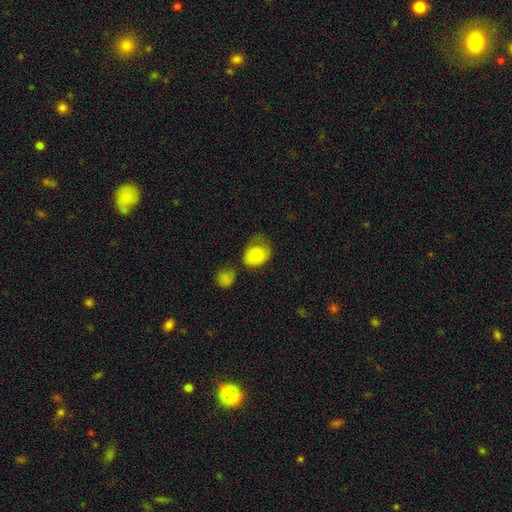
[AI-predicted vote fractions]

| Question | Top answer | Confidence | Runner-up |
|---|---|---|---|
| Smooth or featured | smooth | 79% | featured or disk (13%) |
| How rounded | in between | 62% | round (37%) |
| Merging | none | 35% | minor disturbance (31%) |